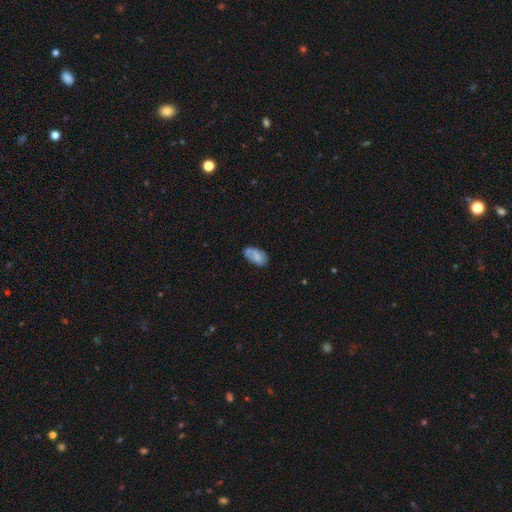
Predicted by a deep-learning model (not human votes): Smooth or featured? smooth (68%)
How rounded? in between (93%)
Merging? none (58%)